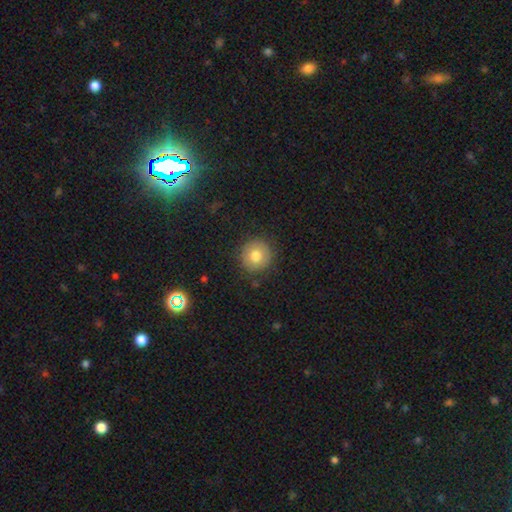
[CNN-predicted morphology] smooth 75%, featured or disk 16%, star or artifact 9%. Down the decision tree: how rounded — round (93%); merging — none (86%).